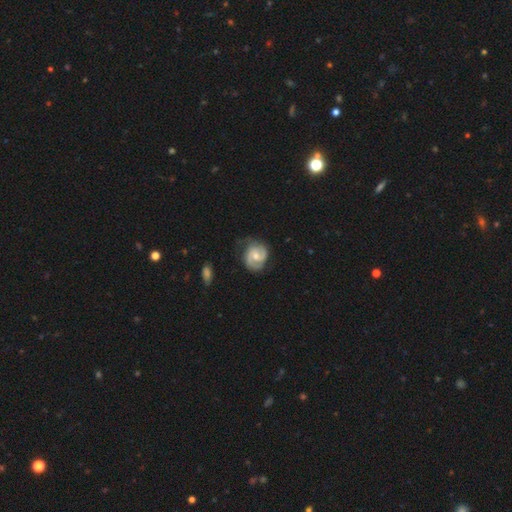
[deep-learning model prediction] A featured or disk galaxy (77%) with no bar (56%), 2 (81%) tight (45%) spiral arms (94%) and a moderate central bulge (61%).

Vote fractions:
- Smooth or featured? featured or disk: 77% / smooth: 18% / star or artifact: 5%
- Edge-on disk? no: 98% / yes: 2%
- Bar? no: 56% / weak: 37% / strong: 7%
- Spiral arms? yes: 94% / no: 6%
- Spiral winding? tight: 45% / medium: 43% / loose: 13%
- Spiral arm count? 2: 81% / can't tell: 9% / 1: 4% / 3: 4% / 4: 1% / more than 4: 1%
- Bulge size? moderate: 61% / small: 33% / large: 3% / none: 2% / dominant: 1%
- Merging? none: 64% / minor disturbance: 25% / major disturbance: 9% / merger: 2%